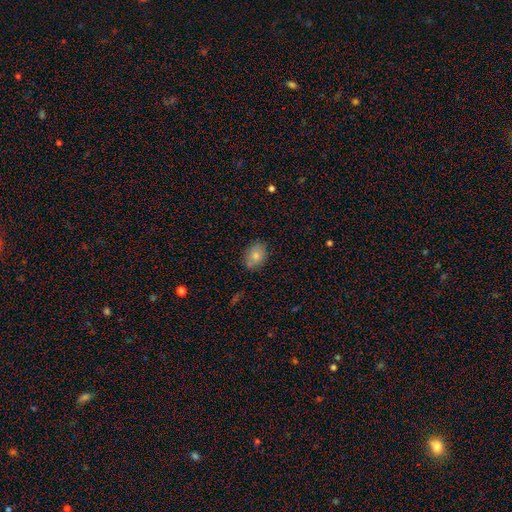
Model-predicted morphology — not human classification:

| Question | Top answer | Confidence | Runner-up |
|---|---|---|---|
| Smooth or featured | smooth | 80% | featured or disk (11%) |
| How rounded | in between | 62% | round (37%) |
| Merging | none | 80% | minor disturbance (14%) |